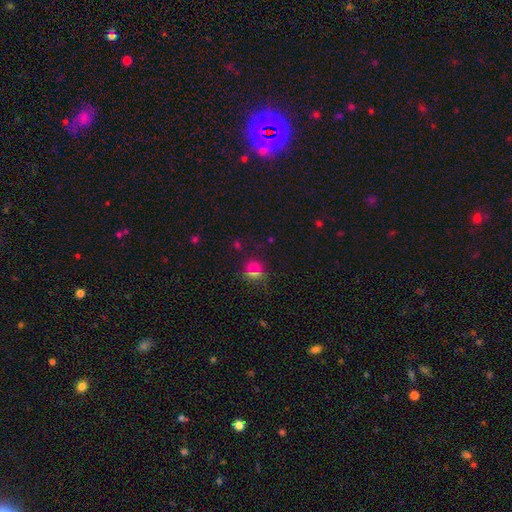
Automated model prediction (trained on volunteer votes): Overall: star or artifact (48%; smooth 42%).